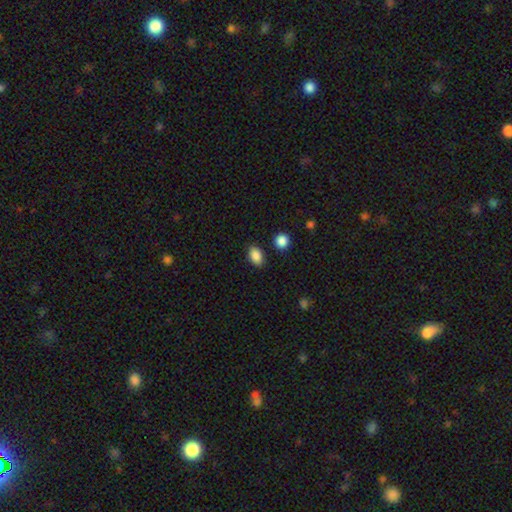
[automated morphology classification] A smooth galaxy with no disk features (88%) that is in between round and cigar-shaped (83%).

Vote fractions:
- Smooth or featured? smooth: 88% / star or artifact: 8% / featured or disk: 4%
- How rounded? in between: 83% / round: 15% / cigar-shaped: 2%
- Merging? none: 86% / minor disturbance: 9% / merger: 3% / major disturbance: 2%